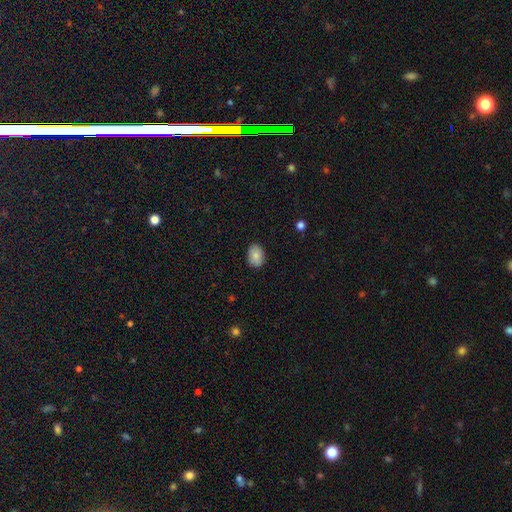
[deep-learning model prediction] Smooth or featured?
  - smooth: 83% *
  - featured or disk: 9%
  - star or artifact: 8%
How rounded?
  - in between: 75% *
  - round: 24%
  - cigar-shaped: 1%
Merging?
  - none: 87% *
  - minor disturbance: 10%
  - major disturbance: 2%
  - merger: 1%